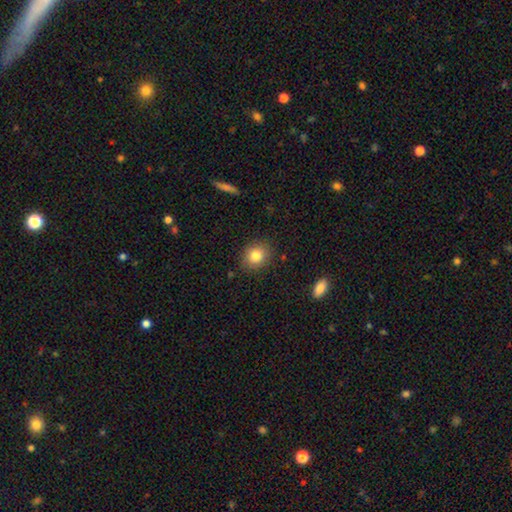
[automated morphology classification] Q: Smooth or featured?
A: smooth (82%); runner-up: star or artifact (10%)
Q: How rounded?
A: round (68%); runner-up: in between (31%)
Q: Merging?
A: none (87%); runner-up: minor disturbance (9%)